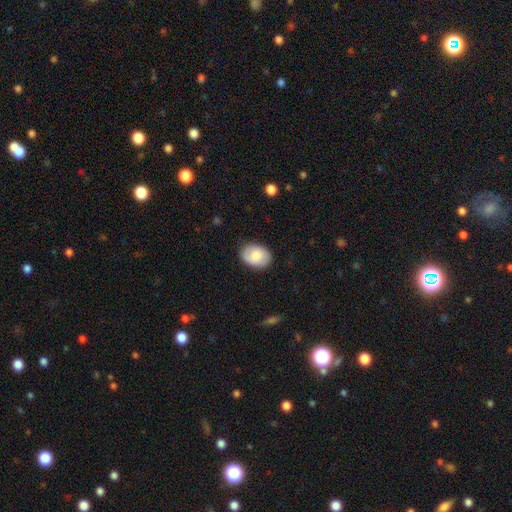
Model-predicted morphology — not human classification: smooth_or_featured: smooth (p=0.80) [alt: featured or disk p=0.14]
how_rounded: in between (p=0.77) [alt: round p=0.22]
merging: none (p=0.86) [alt: minor disturbance p=0.11]